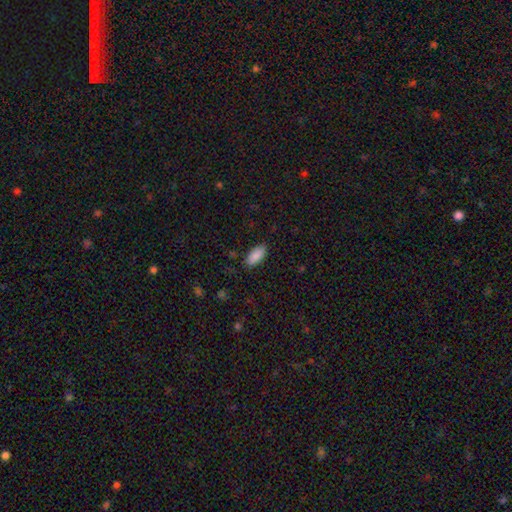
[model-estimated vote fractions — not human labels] smooth-or-featured: smooth: 89% | star or artifact: 7% | featured or disk: 4%
  how-rounded: in between: 88% | cigar-shaped: 11% | round: 2%
  merging: none: 86% | minor disturbance: 11% | major disturbance: 2% | merger: 1%